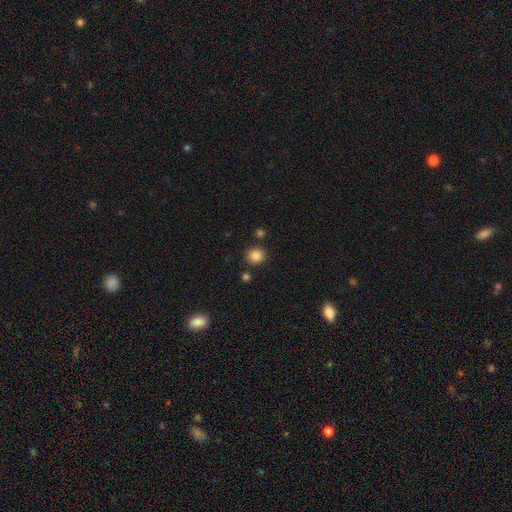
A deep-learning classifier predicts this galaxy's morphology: Smooth or featured? Predicted: smooth (p=0.85). How rounded? Predicted: round (p=0.87). Merging? Predicted: none (p=0.85).